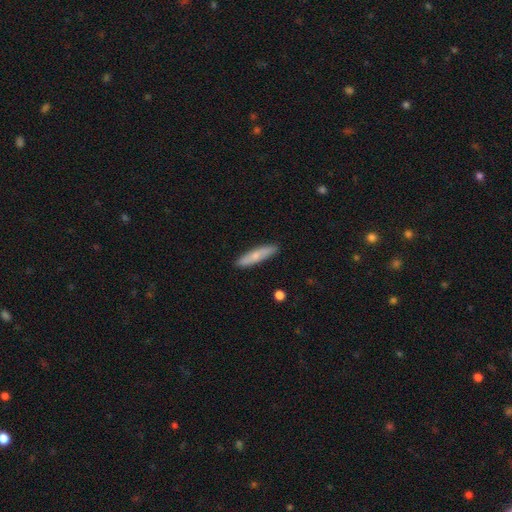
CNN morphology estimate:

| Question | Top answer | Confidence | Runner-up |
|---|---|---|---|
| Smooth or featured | smooth | 67% | featured or disk (27%) |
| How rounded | cigar-shaped | 83% | in between (15%) |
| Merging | none | 89% | minor disturbance (9%) |